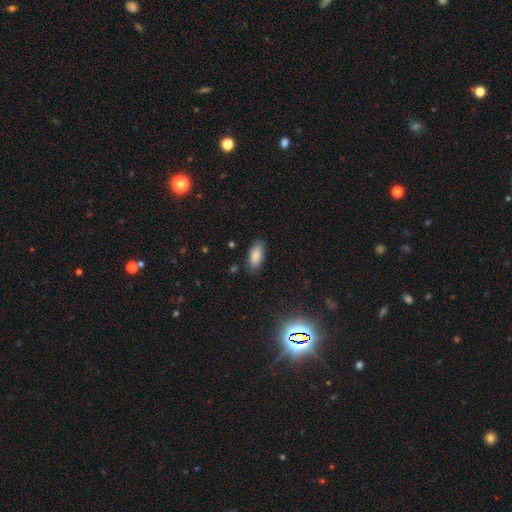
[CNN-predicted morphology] smooth 84%, star or artifact 8%, featured or disk 7%. Down the decision tree: how rounded — in between (85%); merging — none (79%).